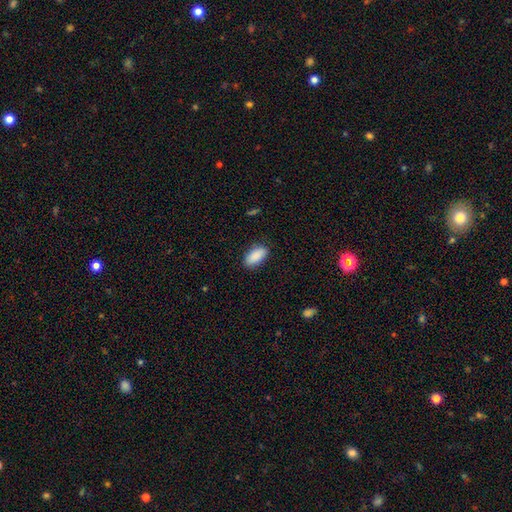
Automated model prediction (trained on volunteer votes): Smooth or featured? smooth (90%)
How rounded? in between (92%)
Merging? none (86%)